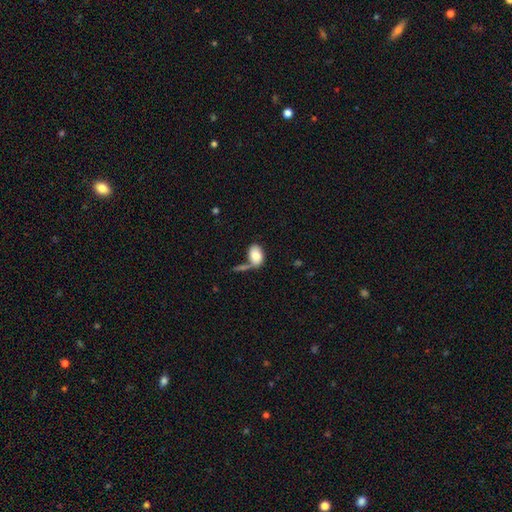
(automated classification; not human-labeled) Smooth or featured? Predicted: smooth (p=0.79). How rounded? Predicted: in between (p=0.89). Merging? Predicted: none (p=0.38).